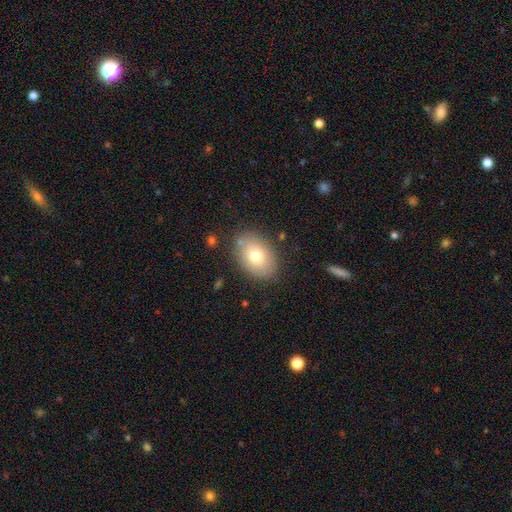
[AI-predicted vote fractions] smooth-or-featured: smooth: 74% | featured or disk: 17% | star or artifact: 9%
  how-rounded: in between: 80% | round: 19% | cigar-shaped: 1%
  merging: none: 83% | minor disturbance: 12% | major disturbance: 3% | merger: 2%